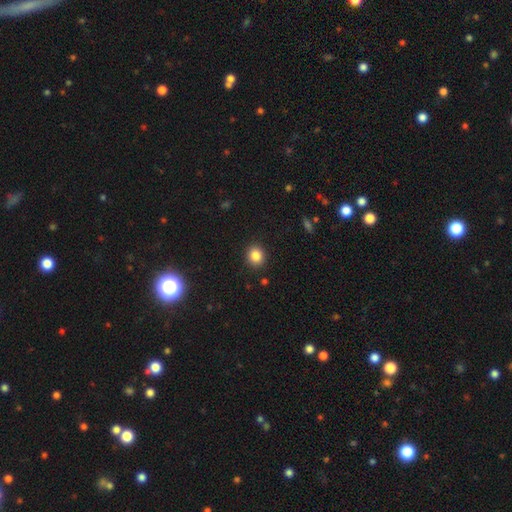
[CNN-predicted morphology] A smooth galaxy with no disk features (85%) that is round (81%).

Vote fractions:
- Smooth or featured? smooth: 85% / star or artifact: 10% / featured or disk: 4%
- How rounded? round: 81% / in between: 18% / cigar-shaped: 1%
- Merging? none: 91% / minor disturbance: 6% / major disturbance: 2% / merger: 1%